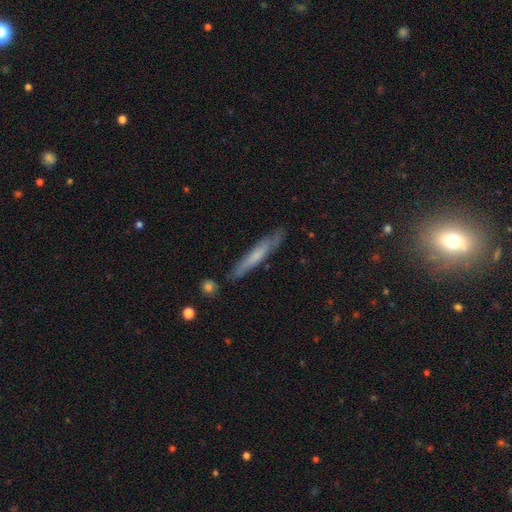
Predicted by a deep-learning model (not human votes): Morphology: type=smooth (52%); roundness=cigar-shaped (94%); merging=none (82%).